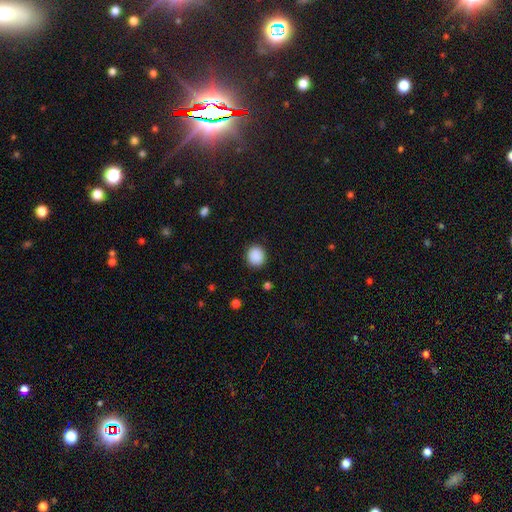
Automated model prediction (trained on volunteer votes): This appears to be a smooth galaxy with no disk features (90%) that is round (82%). Merging: none (90%).